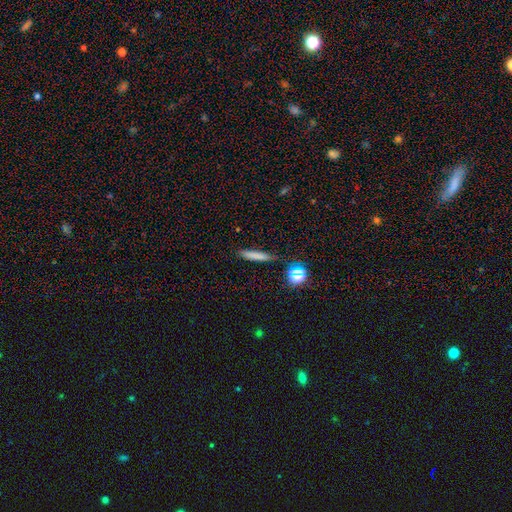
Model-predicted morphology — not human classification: smooth_or_featured: smooth (p=0.74) [alt: star or artifact p=0.14]
how_rounded: cigar-shaped (p=0.89) [alt: in between p=0.09]
merging: none (p=0.83) [alt: minor disturbance p=0.11]